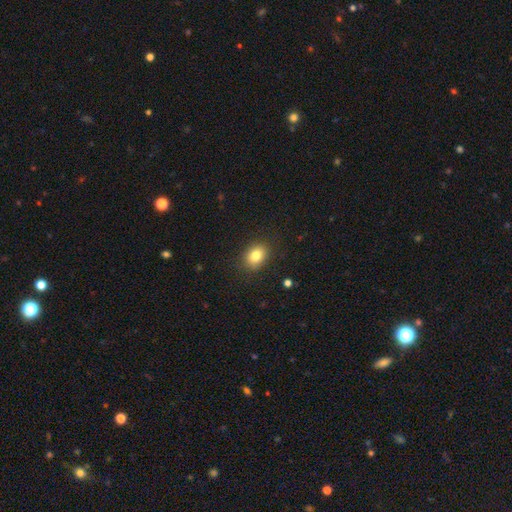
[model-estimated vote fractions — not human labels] Smooth or featured?
  - smooth: 82% *
  - star or artifact: 10%
  - featured or disk: 8%
How rounded?
  - in between: 65% *
  - round: 34%
  - cigar-shaped: 1%
Merging?
  - none: 87% *
  - minor disturbance: 9%
  - major disturbance: 3%
  - merger: 1%